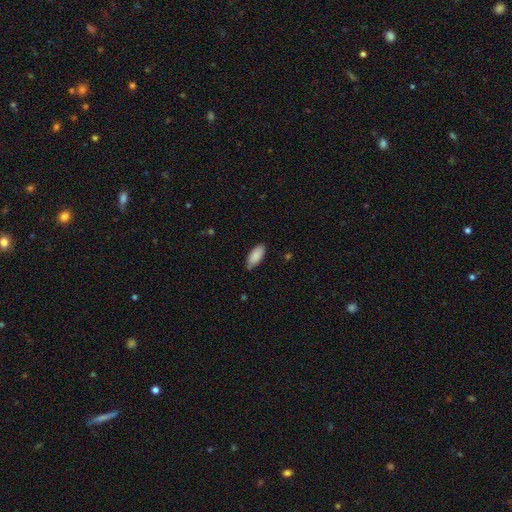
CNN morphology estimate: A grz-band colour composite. It shows a smooth galaxy with no disk features (88%) that is in between round and cigar-shaped (86%). Merging: none (75%).